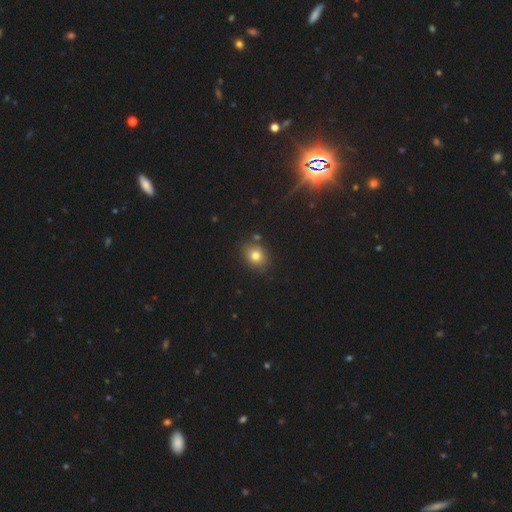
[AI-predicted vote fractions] A smooth galaxy with no disk features (78%) that is round (57%). Merging: none (81%).